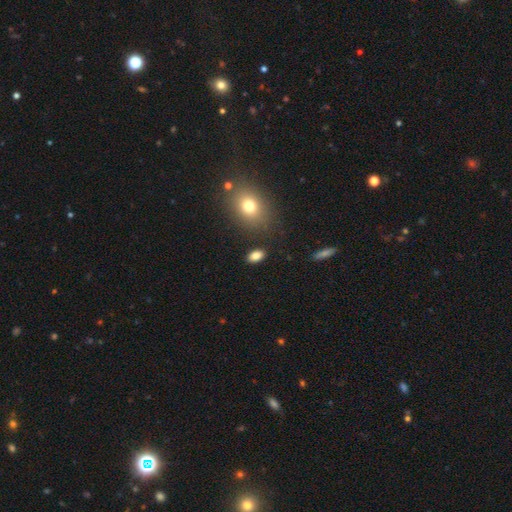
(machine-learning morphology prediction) Smooth or featured: smooth — 84% (star or artifact — 10%)
How rounded: in between — 88% (round — 9%)
Merging: none — 86% (minor disturbance — 9%)